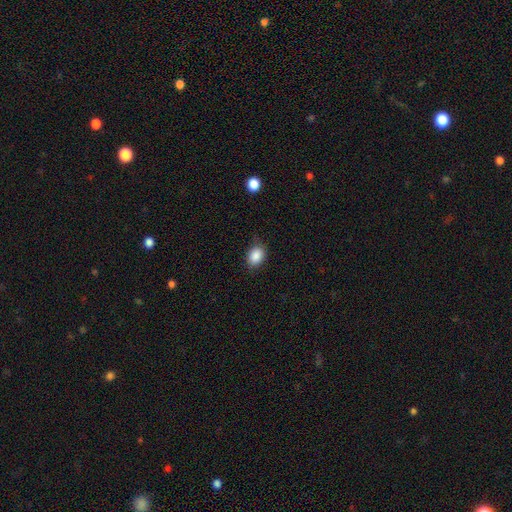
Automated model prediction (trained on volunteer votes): Smooth or featured? smooth (88%)
How rounded? in between (68%)
Merging? none (78%)